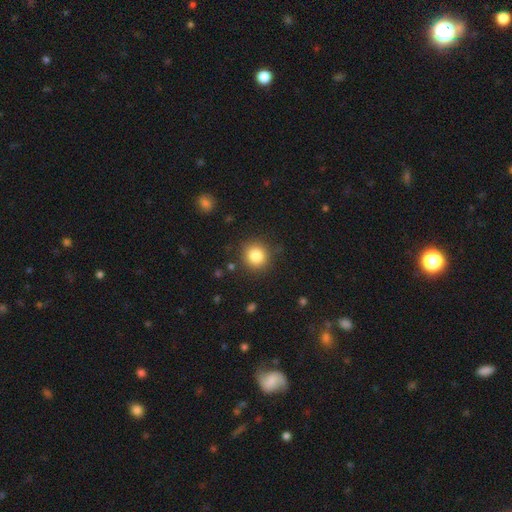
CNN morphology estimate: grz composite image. It shows a smooth galaxy with no disk features (84%) that is round (90%). Merging: none (88%).